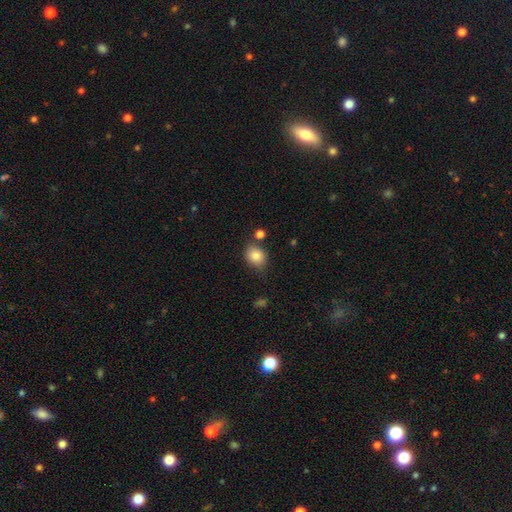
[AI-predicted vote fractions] smooth_or_featured: smooth (p=0.83) [alt: star or artifact p=0.10]
how_rounded: round (p=0.55) [alt: in between p=0.44]
merging: none (p=0.68) [alt: minor disturbance p=0.18]